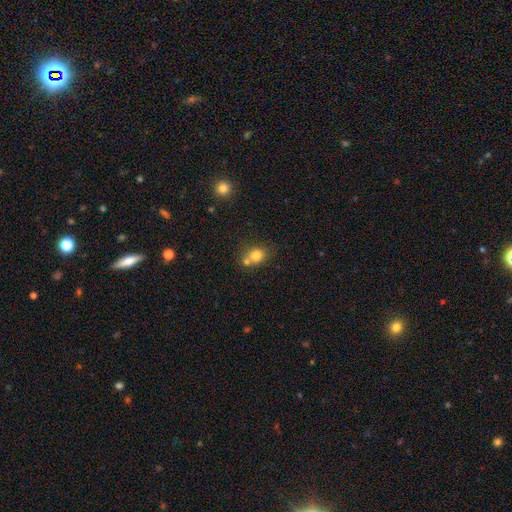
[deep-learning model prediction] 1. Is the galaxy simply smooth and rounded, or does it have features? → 78% smooth, 11% star or artifact, 10% featured or disk.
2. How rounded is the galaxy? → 68% round, 31% in between, 1% cigar-shaped.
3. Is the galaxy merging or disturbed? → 50% none, 34% merger, 12% minor disturbance, 4% major disturbance.